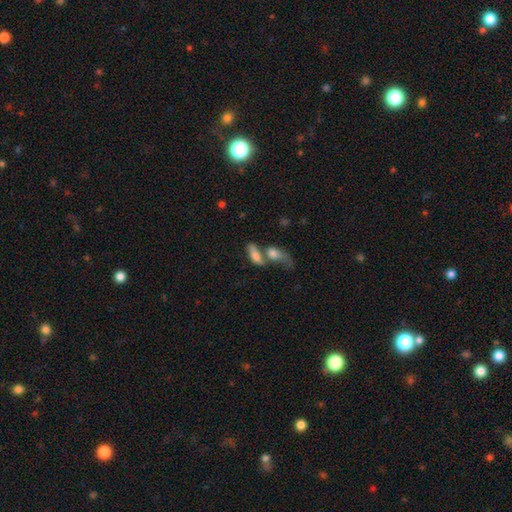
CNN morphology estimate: The model was most divided on "merging": merger: 62%, none: 20%, minor disturbance: 9%, major disturbance: 9%. More confident: how rounded — in between (70%); smooth or featured — smooth (67%).